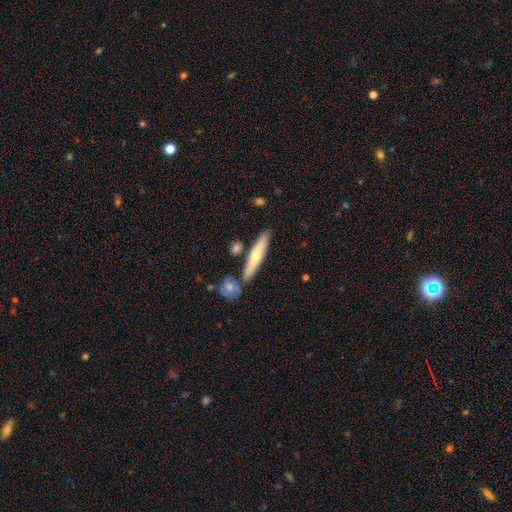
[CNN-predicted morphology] type=smooth (55%); roundness=cigar-shaped (87%); merging=none (80%).